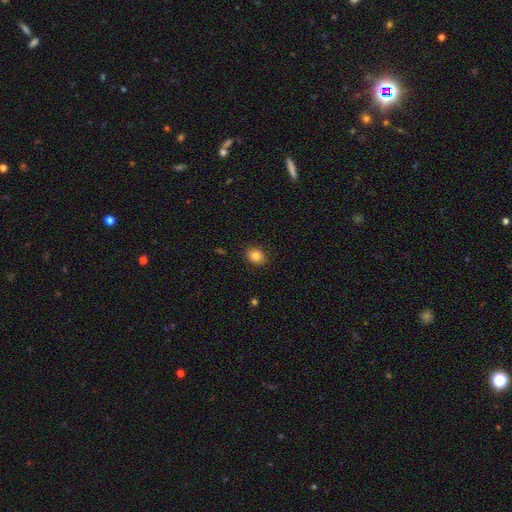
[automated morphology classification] A smooth galaxy with no disk features (83%) that is round (62%). Merging: none (88%).